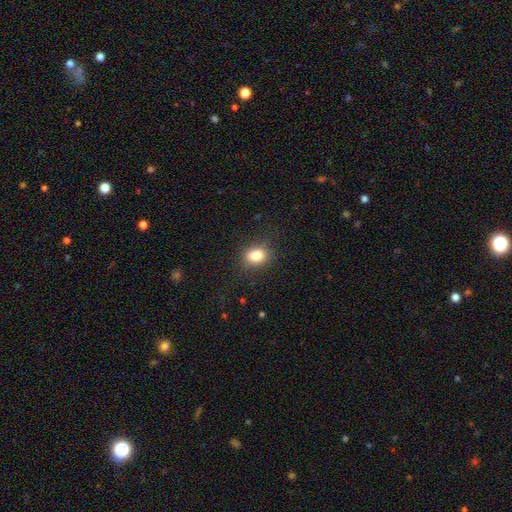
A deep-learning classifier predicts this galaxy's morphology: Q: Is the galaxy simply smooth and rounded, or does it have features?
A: smooth — 83%.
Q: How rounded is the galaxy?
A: in between — 54%.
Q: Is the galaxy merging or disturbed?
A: none — 82%.